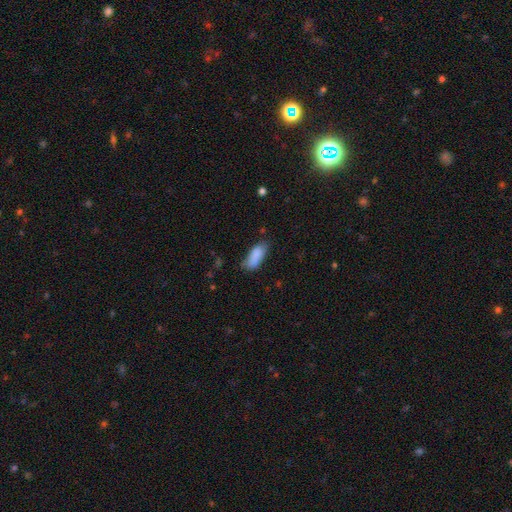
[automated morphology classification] smooth-or-featured: smooth: 86% | star or artifact: 7% | featured or disk: 7%
  how-rounded: in between: 78% | cigar-shaped: 20% | round: 2%
  merging: none: 62% | minor disturbance: 28% | major disturbance: 7% | merger: 3%